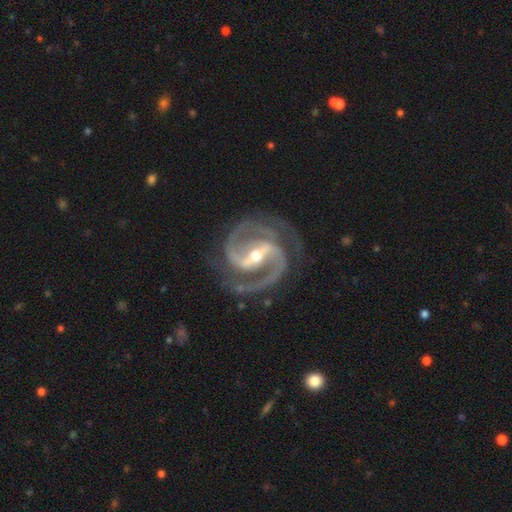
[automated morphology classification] Smooth or featured: featured or disk — 94% (star or artifact — 4%)
Edge-on disk: no — 98% (yes — 2%)
Bar: strong — 67% (weak — 26%)
Spiral arms: yes — 99% (no — 1%)
Spiral winding: medium — 60% (tight — 32%)
Spiral arm count: 2 — 92% (3 — 3%)
Bulge size: moderate — 56% (small — 40%)
Merging: none — 78% (minor disturbance — 14%)